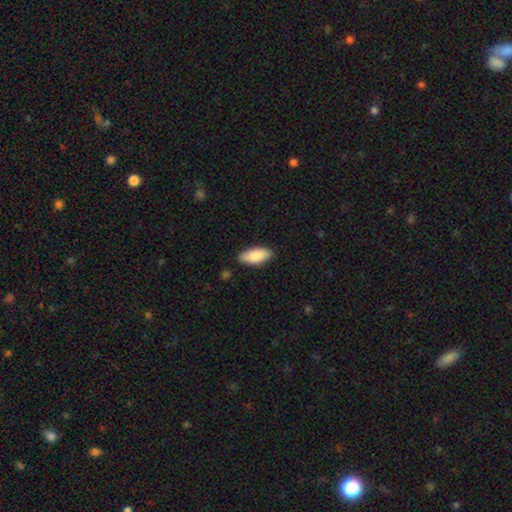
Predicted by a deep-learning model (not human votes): Smooth or featured: smooth — 87% (featured or disk — 7%)
How rounded: in between — 86% (cigar-shaped — 12%)
Merging: none — 84% (minor disturbance — 13%)